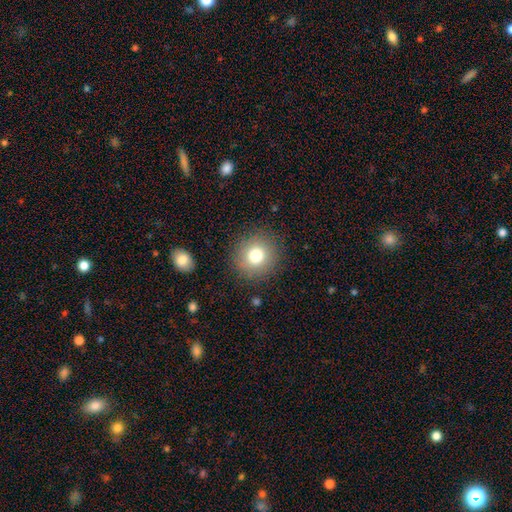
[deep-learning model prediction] Overall: smooth (77%). How rounded: round (90%). Merging: none (87%).